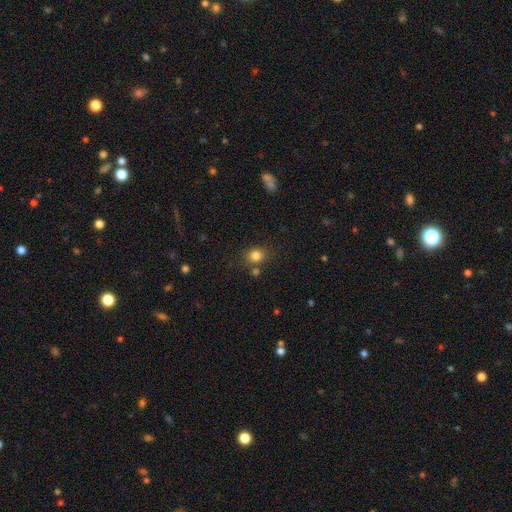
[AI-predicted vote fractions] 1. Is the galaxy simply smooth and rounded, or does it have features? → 82% smooth, 12% star or artifact, 6% featured or disk.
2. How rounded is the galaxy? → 70% round, 29% in between, 1% cigar-shaped.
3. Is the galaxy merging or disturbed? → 74% none, 11% minor disturbance, 11% merger, 4% major disturbance.